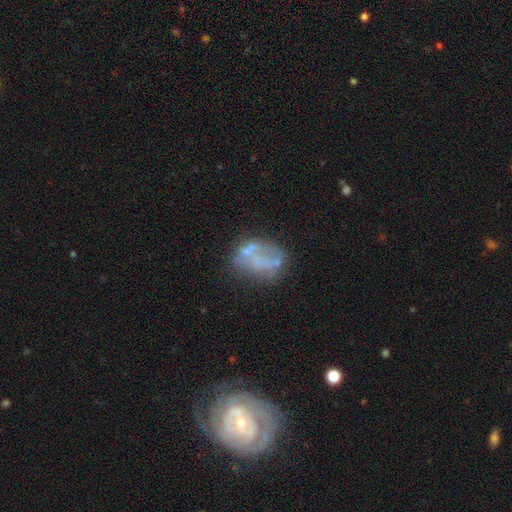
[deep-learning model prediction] Smooth or featured?
  - featured or disk: 51% *
  - smooth: 34%
  - star or artifact: 15%
Edge-on disk?
  - no: 96% *
  - yes: 4%
Merging?
  - none: 49% *
  - minor disturbance: 21%
  - major disturbance: 18%
  - merger: 12%